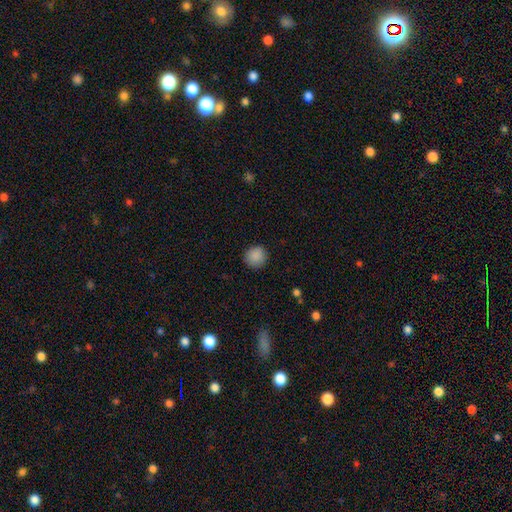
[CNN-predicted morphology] Smooth or featured? Predicted: smooth (p=0.89). How rounded? Predicted: round (p=0.94). Merging? Predicted: none (p=0.90).